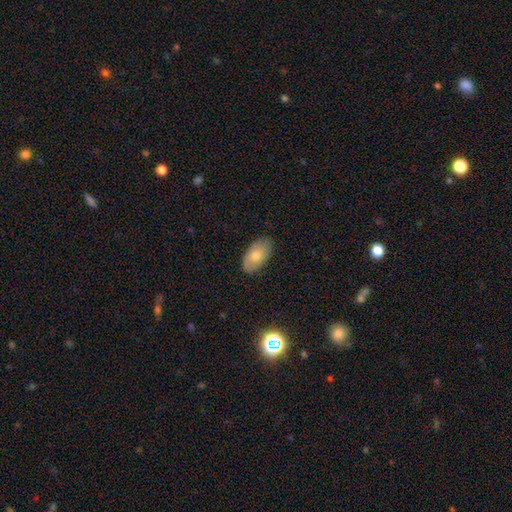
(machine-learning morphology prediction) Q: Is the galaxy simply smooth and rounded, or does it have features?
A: smooth — 65%.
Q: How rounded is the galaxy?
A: in between — 92%.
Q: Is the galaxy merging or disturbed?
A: none — 82%.